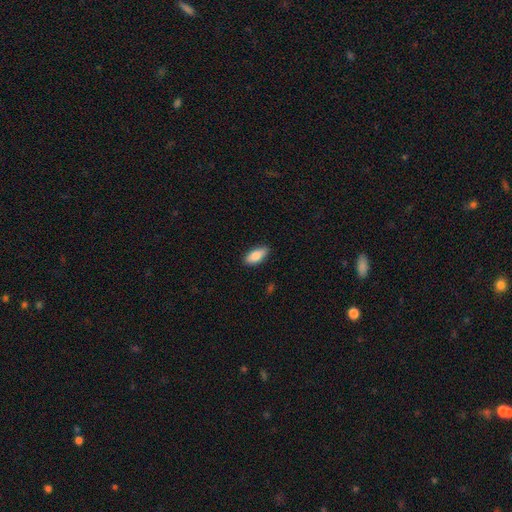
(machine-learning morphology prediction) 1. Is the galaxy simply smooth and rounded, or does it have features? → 84% smooth, 9% featured or disk, 6% star or artifact.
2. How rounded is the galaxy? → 85% in between, 12% cigar-shaped, 2% round.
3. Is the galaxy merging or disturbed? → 86% none, 11% minor disturbance, 2% major disturbance, 1% merger.